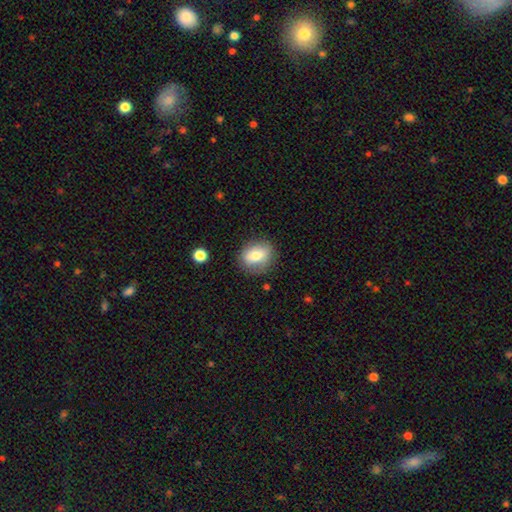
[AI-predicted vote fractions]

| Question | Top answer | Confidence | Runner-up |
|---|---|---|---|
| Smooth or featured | smooth | 72% | featured or disk (19%) |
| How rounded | round | 50% | in between (48%) |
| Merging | none | 80% | minor disturbance (15%) |